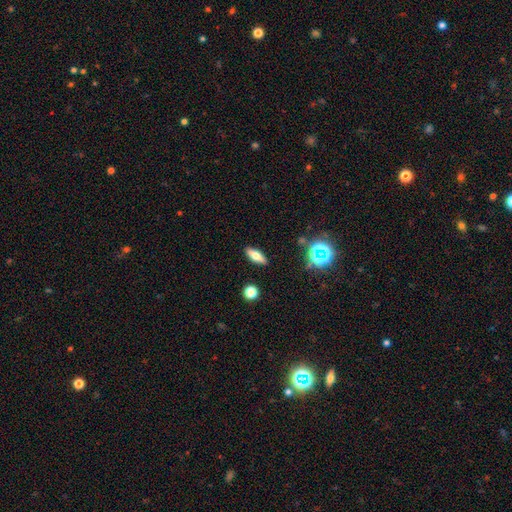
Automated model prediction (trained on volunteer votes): smooth_or_featured: smooth (p=0.62) [alt: featured or disk p=0.27]
how_rounded: in between (p=0.62) [alt: cigar-shaped p=0.33]
merging: none (p=0.89) [alt: minor disturbance p=0.08]